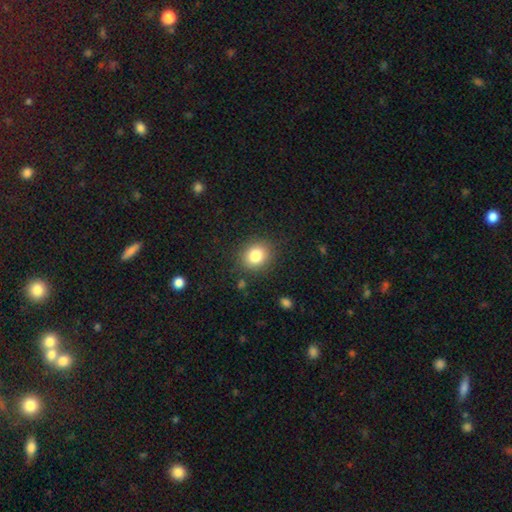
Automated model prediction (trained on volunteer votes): Morphology: type=smooth (82%); roundness=round (68%); merging=none (86%).